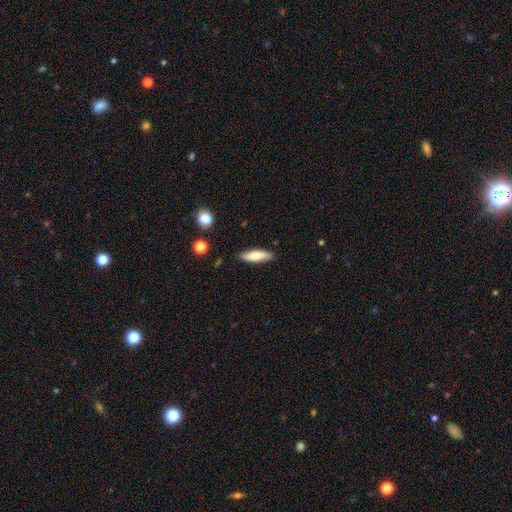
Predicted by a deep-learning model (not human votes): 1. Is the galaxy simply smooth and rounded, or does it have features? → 77% smooth, 16% featured or disk, 6% star or artifact.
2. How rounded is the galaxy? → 61% cigar-shaped, 37% in between, 2% round.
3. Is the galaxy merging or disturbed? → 85% none, 11% minor disturbance, 2% major disturbance, 2% merger.